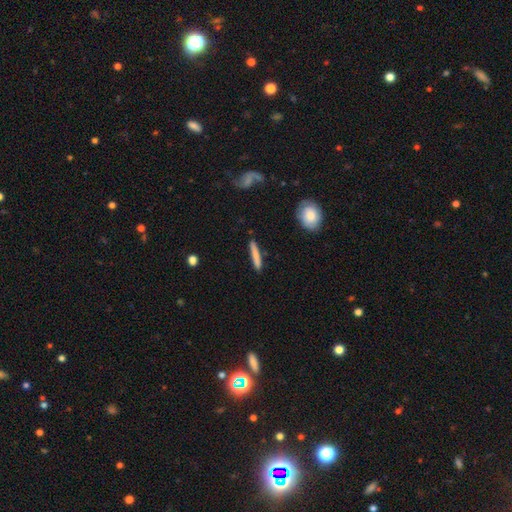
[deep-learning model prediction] The model was most divided on "smooth or featured": smooth: 75%, featured or disk: 19%, star or artifact: 6%. More confident: how rounded — cigar-shaped (93%); merging — none (88%).